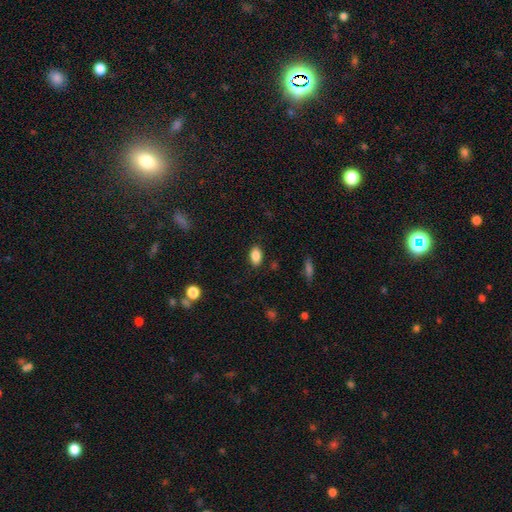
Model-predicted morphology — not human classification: Smooth or featured? Predicted: smooth (p=0.87). How rounded? Predicted: in between (p=0.89). Merging? Predicted: none (p=0.87).